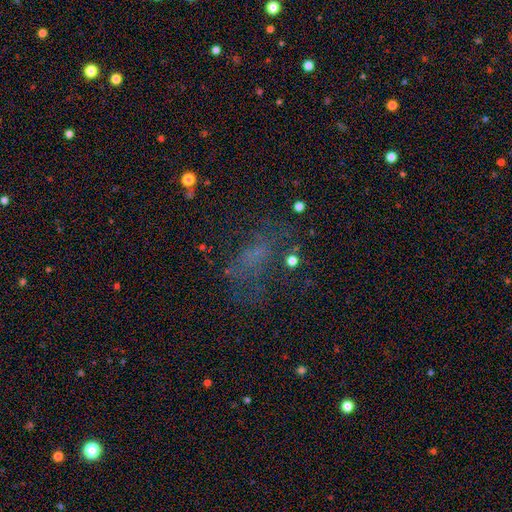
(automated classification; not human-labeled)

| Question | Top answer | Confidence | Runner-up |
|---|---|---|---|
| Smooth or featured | smooth | 36% | star or artifact (33%) |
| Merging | none | 46% | major disturbance (32%) |